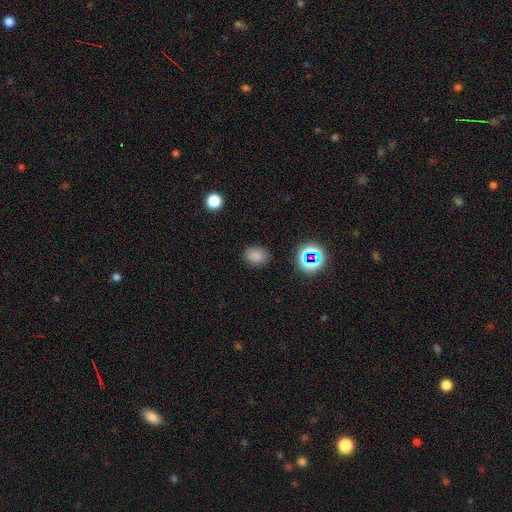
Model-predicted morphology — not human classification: smooth 78%, star or artifact 17%, featured or disk 5%. Down the decision tree: how rounded — in between (54%); merging — none (86%).